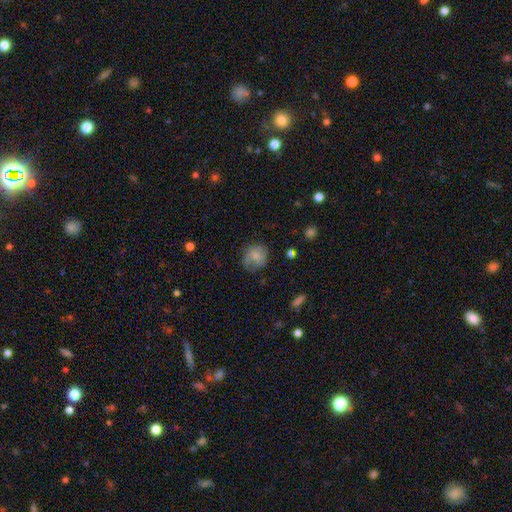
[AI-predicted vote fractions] Overall: smooth (69%). How rounded: round (72%). Merging: none (54%; minor disturbance 27%).